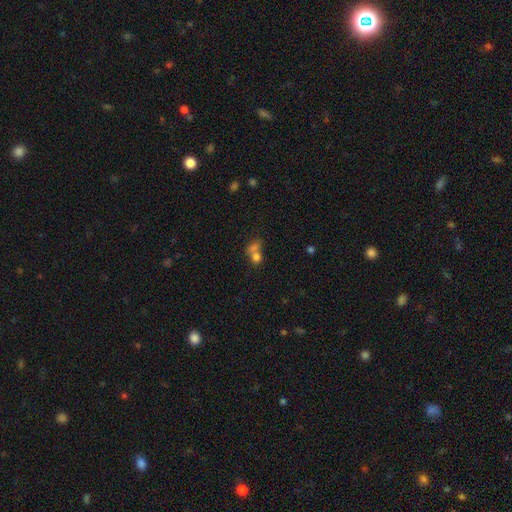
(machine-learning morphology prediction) smooth 73%, featured or disk 14%, star or artifact 13%. Down the decision tree: how rounded — round (60%); merging — merger (61%).